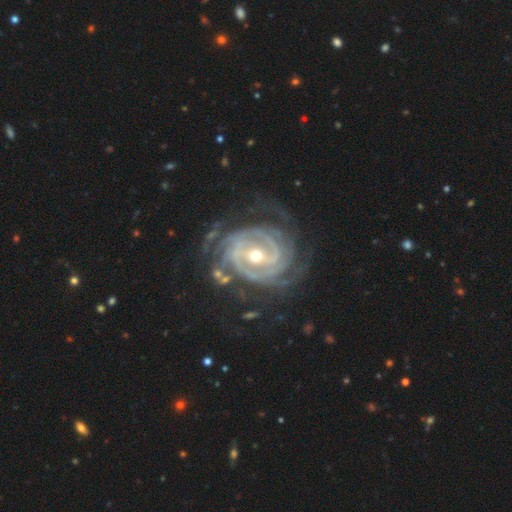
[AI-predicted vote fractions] Smooth or featured? featured or disk (92%)
Edge-on disk? no (97%)
Bar? weak (40%)
Spiral arms? yes (98%)
Spiral winding? tight (78%)
Spiral arm count? 3 (23%)
Bulge size? moderate (55%)
Merging? none (67%)